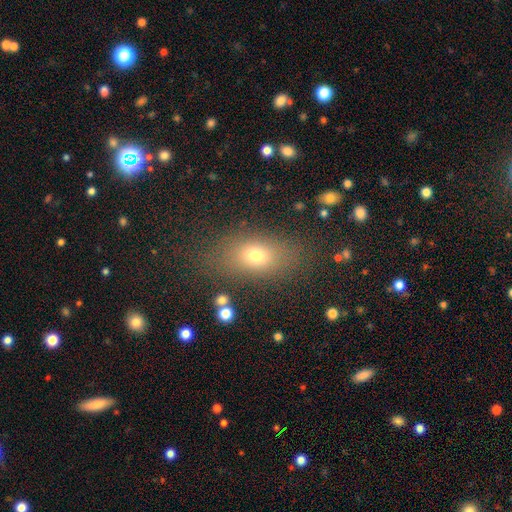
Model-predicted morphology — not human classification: smooth_or_featured: smooth (p=0.71) [alt: star or artifact p=0.15]
how_rounded: in between (p=0.77) [alt: round p=0.18]
merging: none (p=0.81) [alt: minor disturbance p=0.11]